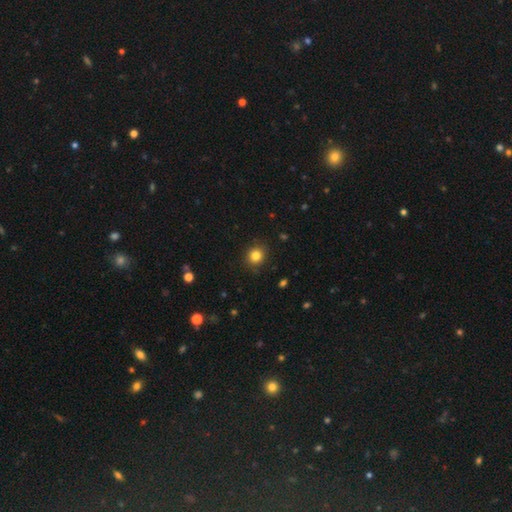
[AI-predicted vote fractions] Smooth or featured?
  - smooth: 83% *
  - star or artifact: 12%
  - featured or disk: 6%
How rounded?
  - round: 84% *
  - in between: 15%
  - cigar-shaped: 1%
Merging?
  - none: 88% *
  - minor disturbance: 8%
  - major disturbance: 2%
  - merger: 1%